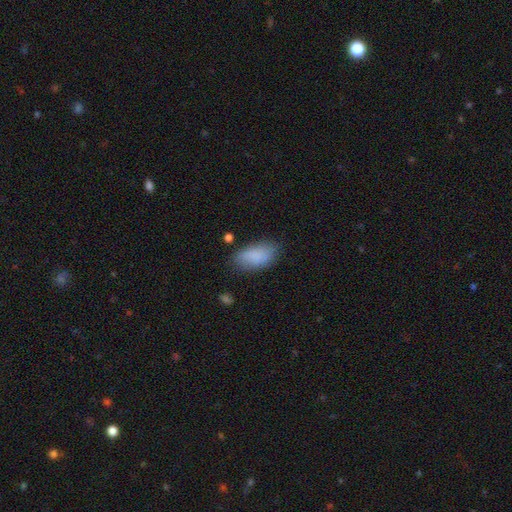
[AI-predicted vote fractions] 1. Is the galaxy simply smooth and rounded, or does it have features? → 86% smooth, 7% star or artifact, 7% featured or disk.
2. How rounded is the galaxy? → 93% in between, 4% cigar-shaped, 3% round.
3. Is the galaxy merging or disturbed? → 73% none, 20% minor disturbance, 5% major disturbance, 2% merger.